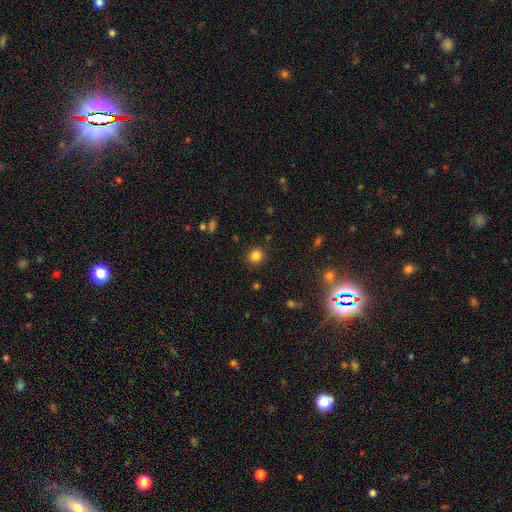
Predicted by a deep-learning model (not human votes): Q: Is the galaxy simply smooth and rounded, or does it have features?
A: smooth — 83%.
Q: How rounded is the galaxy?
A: round — 91%.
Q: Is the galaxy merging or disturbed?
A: none — 90%.